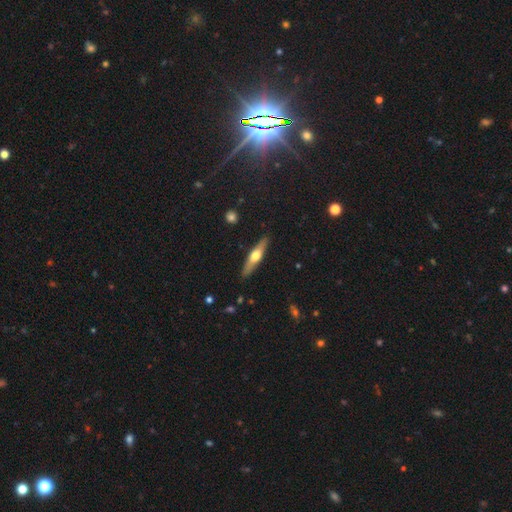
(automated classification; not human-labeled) The model was most divided on "smooth or featured": featured or disk: 56%, smooth: 39%, star or artifact: 5%. More confident: edge-on disk — yes (92%); edge-on bulge — rounded (92%); merging — none (89%).